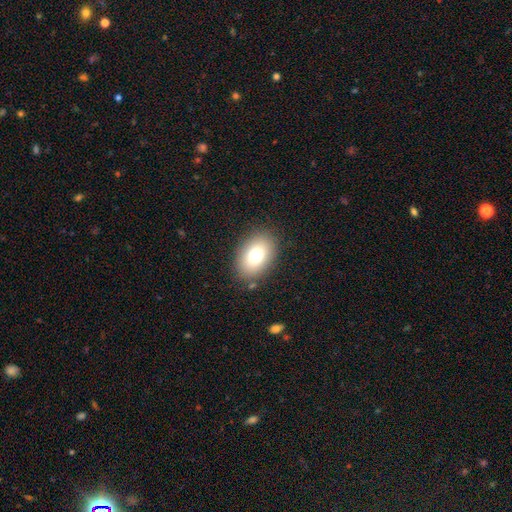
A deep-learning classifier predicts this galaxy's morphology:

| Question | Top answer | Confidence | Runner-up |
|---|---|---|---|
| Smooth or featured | smooth | 79% | featured or disk (12%) |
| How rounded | in between | 87% | round (12%) |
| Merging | none | 85% | minor disturbance (10%) |